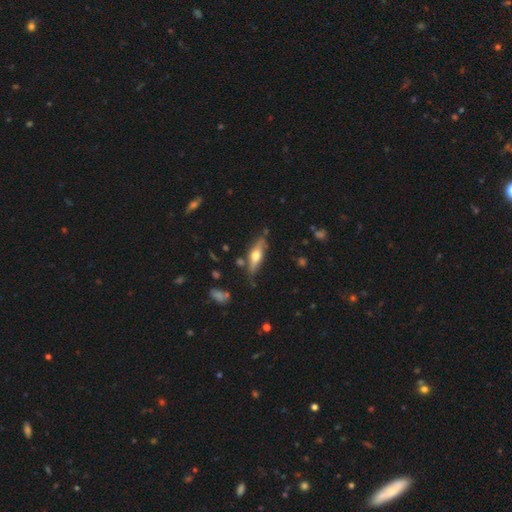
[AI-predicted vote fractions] A featured or disk galaxy (51%) viewed edge-on (86%).

Vote fractions:
- Smooth or featured? featured or disk: 51% / smooth: 43% / star or artifact: 6%
- Edge-on disk? yes: 86% / no: 14%
- Merging? none: 72% / minor disturbance: 19% / merger: 5% / major disturbance: 4%